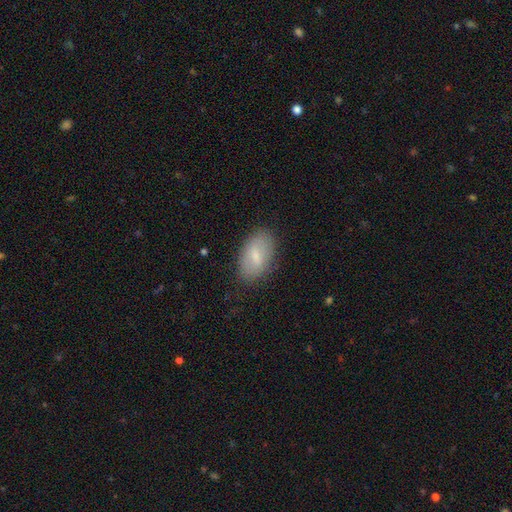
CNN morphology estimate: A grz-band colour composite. It shows a smooth galaxy with no disk features (67%) that is in between round and cigar-shaped (93%). Merging: none (81%).